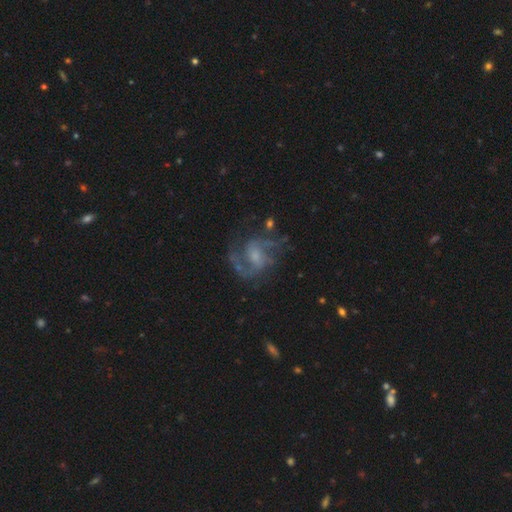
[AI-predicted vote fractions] Morphology: type=featured or disk (84%); edge-on=no (98%); bar=weak (48%); spiral arms=yes (94%); winding=medium (55%); arm count=2 (74%); bulge=small (40%); merging=none (64%).